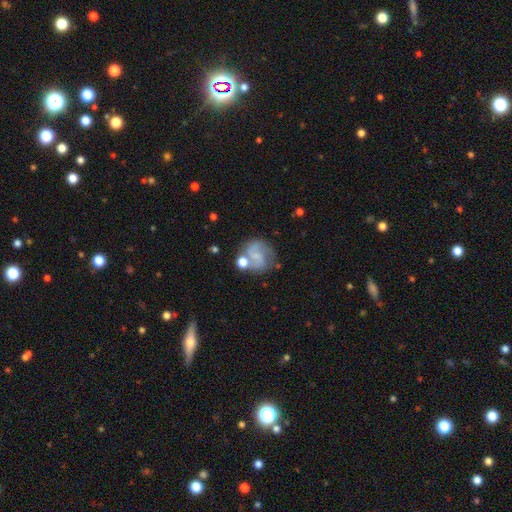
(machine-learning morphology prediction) The model was most divided on "bulge size": small: 43%, none: 39%, moderate: 14%, large: 2%, dominant: 1%. Remaining: edge-on disk — no (98%); spiral arms — yes (89%); spiral arm count — 2 (84%); smooth or featured — featured or disk (64%); merging — none (57%); bar — no (48%); spiral winding — medium (48%).